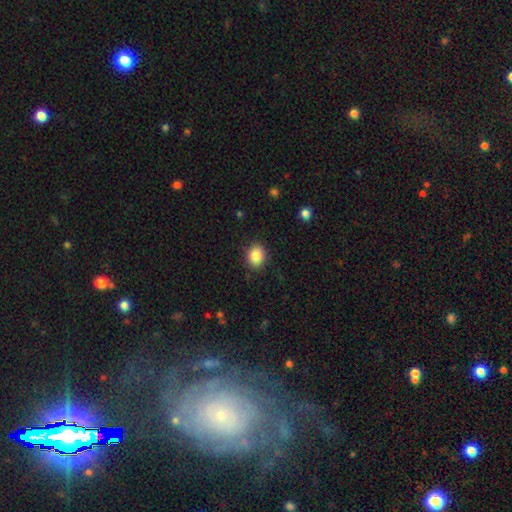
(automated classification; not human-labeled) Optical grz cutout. It shows a smooth galaxy with no disk features (87%) that is round (57%). Merging: none (88%).